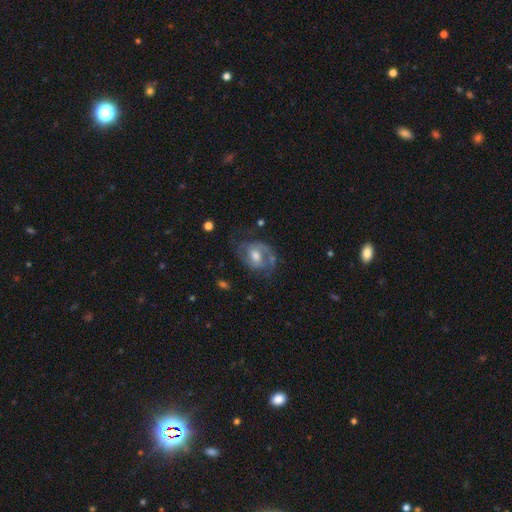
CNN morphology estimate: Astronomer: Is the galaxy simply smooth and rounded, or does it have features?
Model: featured or disk — 78%.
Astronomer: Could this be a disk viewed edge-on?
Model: no — 97%.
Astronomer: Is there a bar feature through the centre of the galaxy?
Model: weak — 49% (runner-up: no, 36%).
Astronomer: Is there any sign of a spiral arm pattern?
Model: yes — 90%.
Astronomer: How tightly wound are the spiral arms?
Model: medium — 49% (runner-up: tight, 33%).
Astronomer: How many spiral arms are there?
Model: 2 — 71%.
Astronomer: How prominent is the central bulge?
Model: moderate — 64%.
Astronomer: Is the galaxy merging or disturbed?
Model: none — 61%.